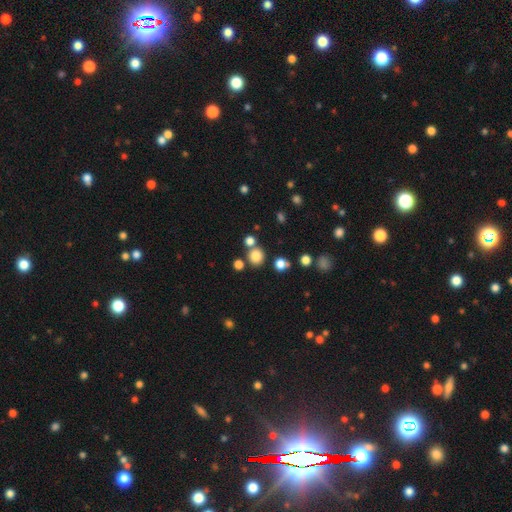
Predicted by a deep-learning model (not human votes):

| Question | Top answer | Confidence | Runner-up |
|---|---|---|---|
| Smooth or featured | smooth | 80% | star or artifact (14%) |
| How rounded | round | 89% | in between (10%) |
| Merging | none | 75% | merger (14%) |